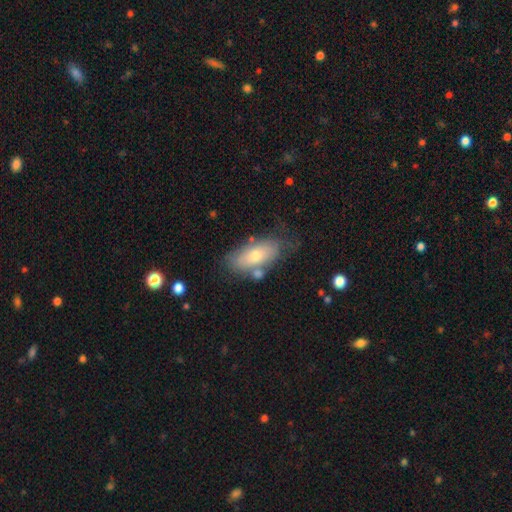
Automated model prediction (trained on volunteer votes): Smooth or featured? Predicted: smooth (p=0.64). How rounded? Predicted: in between (p=0.87). Merging? Predicted: none (p=0.60).